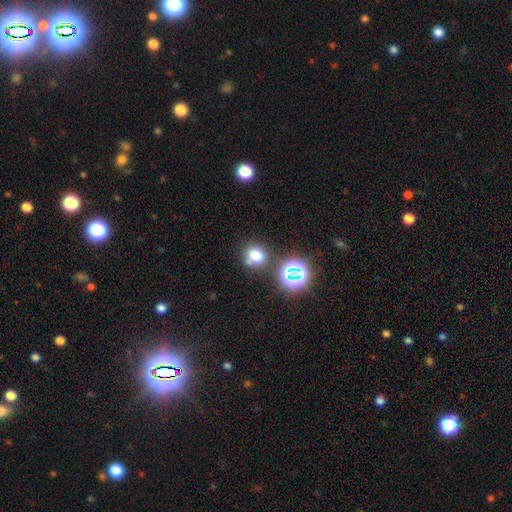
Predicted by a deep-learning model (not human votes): A smooth galaxy with no disk features (70%) that is round (79%).

Vote fractions:
- Smooth or featured? smooth: 70% / star or artifact: 21% / featured or disk: 9%
- How rounded? round: 79% / in between: 20% / cigar-shaped: 1%
- Merging? none: 71% / merger: 14% / minor disturbance: 12% / major disturbance: 4%